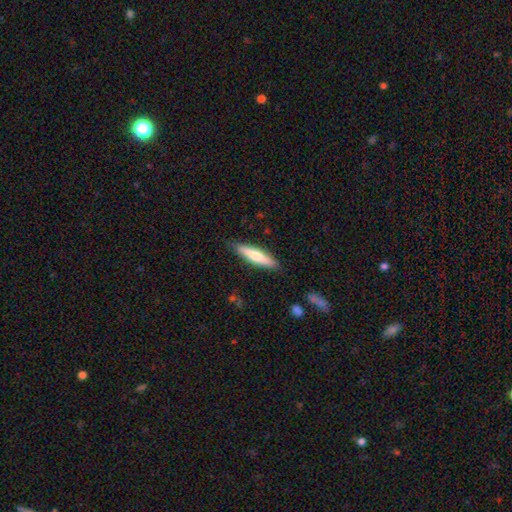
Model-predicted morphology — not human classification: Smooth or featured?
  - smooth: 61% *
  - featured or disk: 34%
  - star or artifact: 5%
How rounded?
  - cigar-shaped: 82% *
  - in between: 17%
  - round: 1%
Merging?
  - none: 87% *
  - minor disturbance: 10%
  - major disturbance: 2%
  - merger: 1%